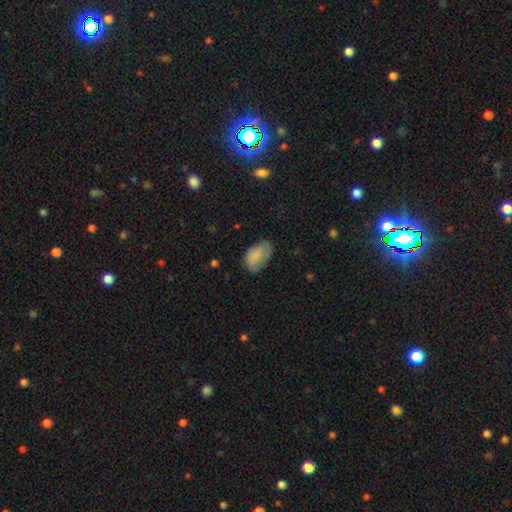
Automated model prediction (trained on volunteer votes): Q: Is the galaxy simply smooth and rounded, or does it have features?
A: smooth — 82%.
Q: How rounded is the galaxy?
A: in between — 92%.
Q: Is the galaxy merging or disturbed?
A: none — 59%.